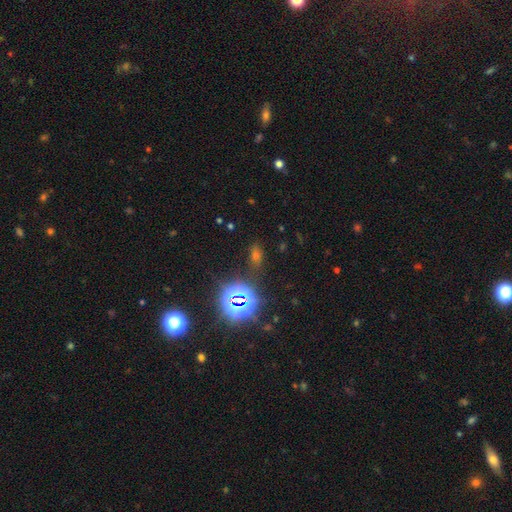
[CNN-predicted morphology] Overall: star or artifact (57%; smooth 33%).